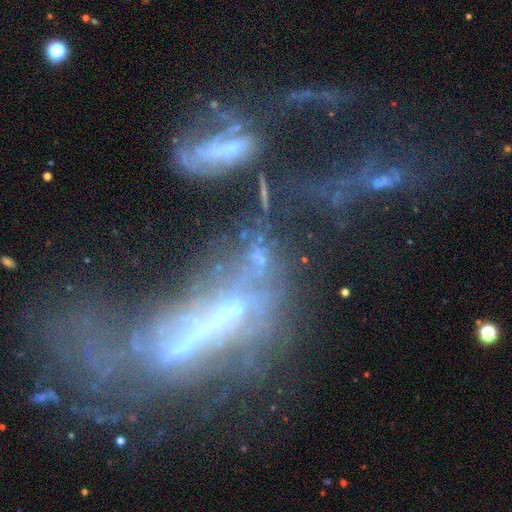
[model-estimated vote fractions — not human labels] smooth_or_featured: featured or disk (p=0.59) [alt: star or artifact p=0.23]
disk_edge_on: no (p=0.77) [alt: yes p=0.23]
merging: none (p=0.35) [alt: major disturbance p=0.32]